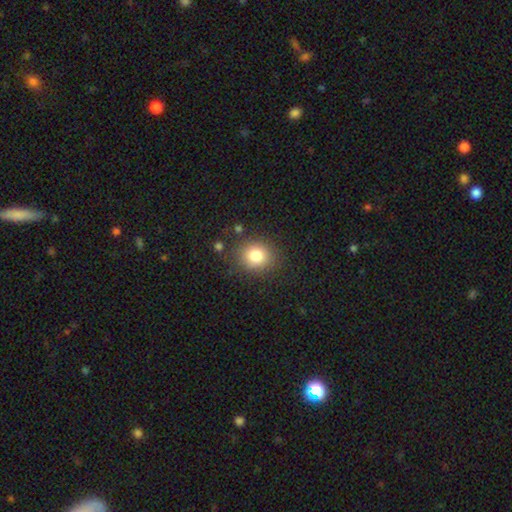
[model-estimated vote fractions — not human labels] Smooth or featured? smooth (81%)
How rounded? round (74%)
Merging? none (84%)